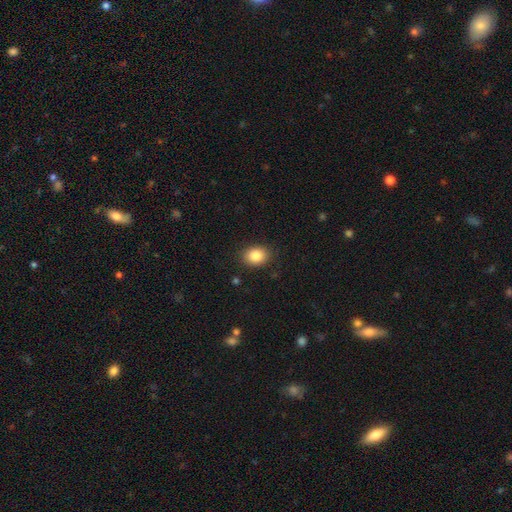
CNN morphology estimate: smooth_or_featured: smooth (p=0.86) [alt: star or artifact p=0.09]
how_rounded: in between (p=0.59) [alt: round p=0.40]
merging: none (p=0.87) [alt: minor disturbance p=0.09]